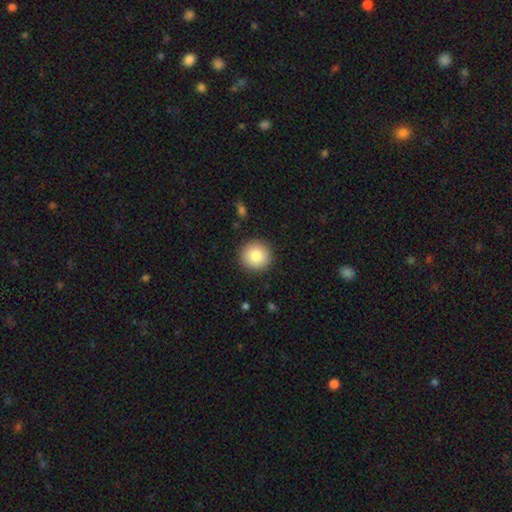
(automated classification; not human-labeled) Smooth or featured? smooth (86%)
How rounded? round (94%)
Merging? none (91%)